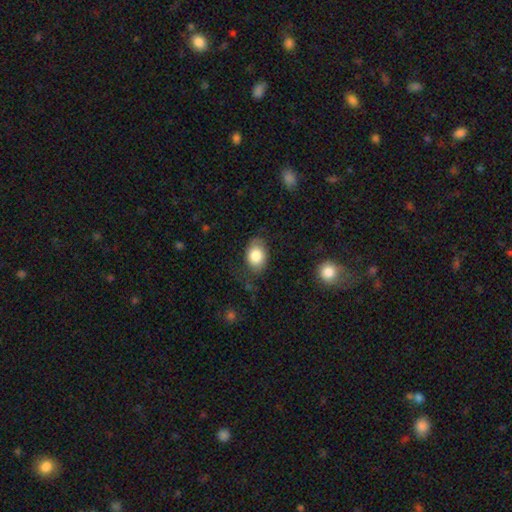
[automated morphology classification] This appears to be a smooth galaxy with no disk features (82%) that is in between round and cigar-shaped (74%). Merging: none (68%).